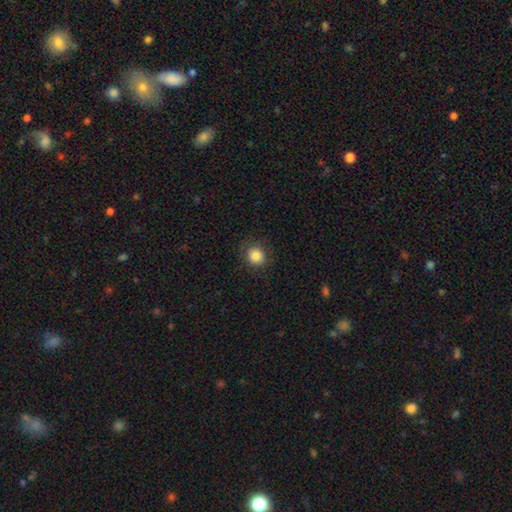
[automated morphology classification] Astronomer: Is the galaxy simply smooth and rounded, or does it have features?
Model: smooth — 85%.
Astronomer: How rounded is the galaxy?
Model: round — 87%.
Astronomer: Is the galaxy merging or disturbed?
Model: none — 84%.